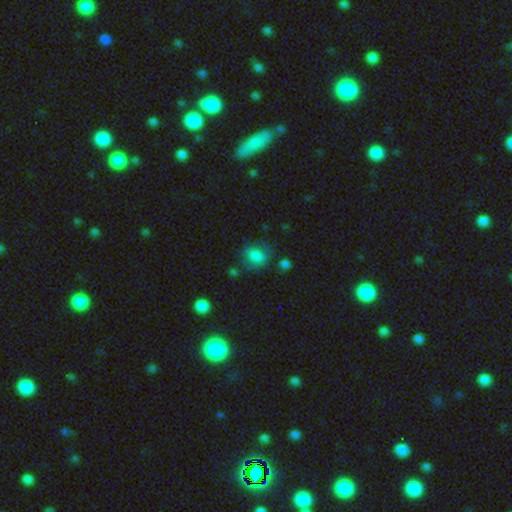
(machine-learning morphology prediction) Smooth or featured? Predicted: smooth (p=0.78). How rounded? Predicted: round (p=0.52). Merging? Predicted: none (p=0.67).